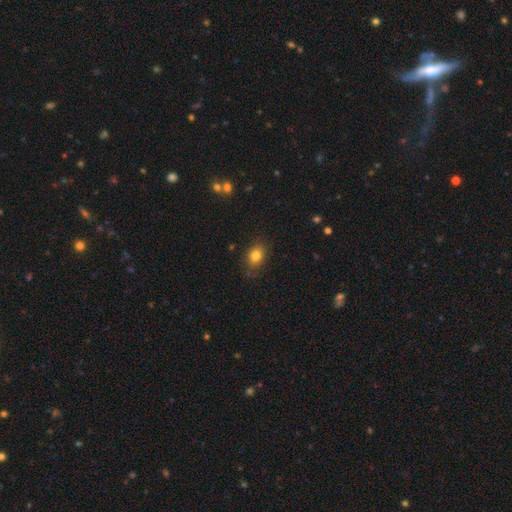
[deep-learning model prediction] A smooth galaxy with no disk features (82%) that is in between round and cigar-shaped (65%). Merging: none (81%).